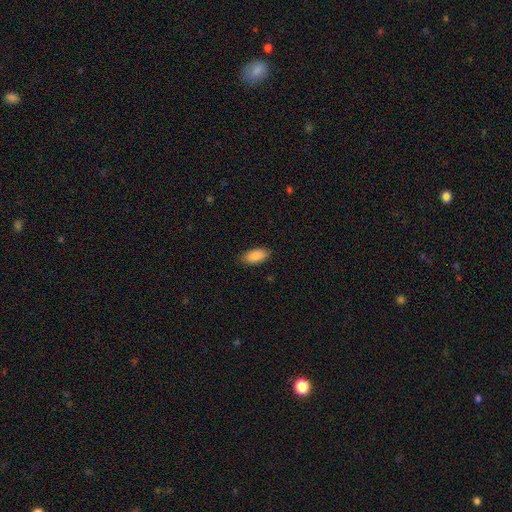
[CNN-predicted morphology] Q: Smooth or featured?
A: smooth (90%); runner-up: star or artifact (6%)
Q: How rounded?
A: in between (92%); runner-up: cigar-shaped (6%)
Q: Merging?
A: none (86%); runner-up: minor disturbance (10%)